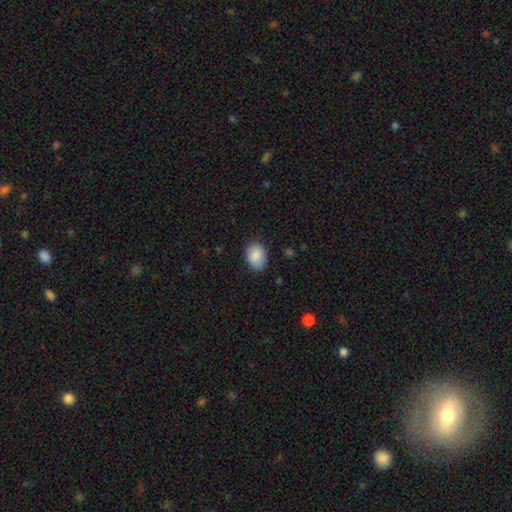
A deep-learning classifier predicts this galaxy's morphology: Q: Smooth or featured?
A: smooth (85%); runner-up: featured or disk (8%)
Q: How rounded?
A: in between (72%); runner-up: round (27%)
Q: Merging?
A: none (75%); runner-up: minor disturbance (20%)